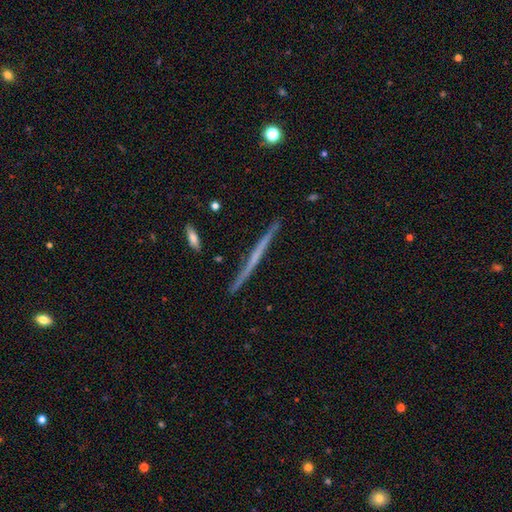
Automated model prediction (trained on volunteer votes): This is likely a featured or disk galaxy (64%). It is clearly viewed edge-on (97%). Edge-on bulge: clearly none (84%). Merging: clearly none (90%).